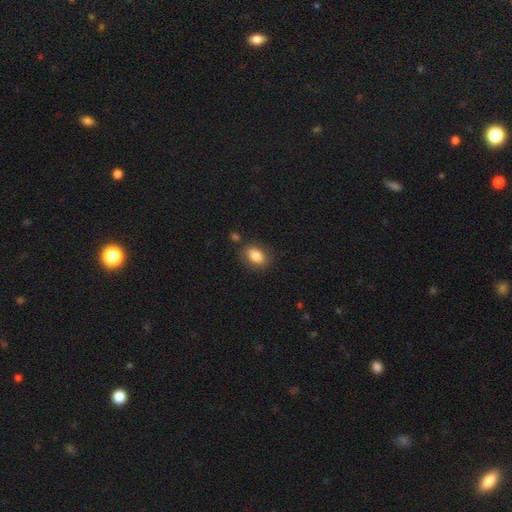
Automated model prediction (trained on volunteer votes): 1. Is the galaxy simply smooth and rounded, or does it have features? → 82% smooth, 9% featured or disk, 8% star or artifact.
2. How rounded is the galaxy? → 77% in between, 21% round, 1% cigar-shaped.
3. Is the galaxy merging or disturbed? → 80% none, 13% minor disturbance, 4% major disturbance, 4% merger.